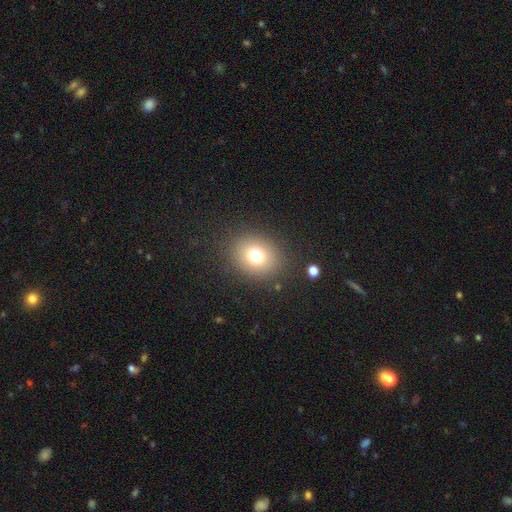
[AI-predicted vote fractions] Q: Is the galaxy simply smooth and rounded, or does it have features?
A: smooth — 75%.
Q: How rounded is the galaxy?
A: round — 61%.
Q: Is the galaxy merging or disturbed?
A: none — 87%.